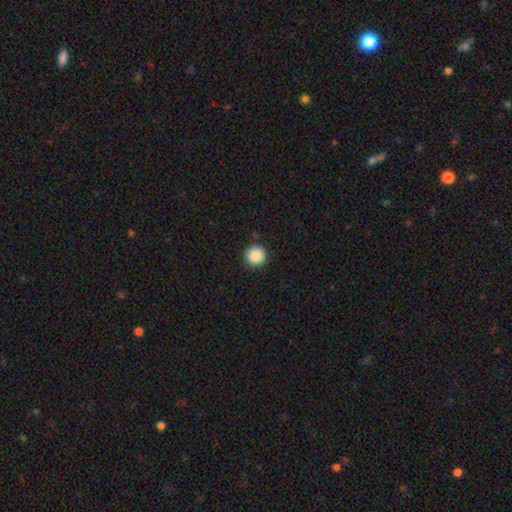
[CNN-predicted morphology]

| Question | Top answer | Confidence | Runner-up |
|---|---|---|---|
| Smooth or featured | smooth | 88% | star or artifact (9%) |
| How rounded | round | 96% | in between (3%) |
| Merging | none | 92% | minor disturbance (5%) |